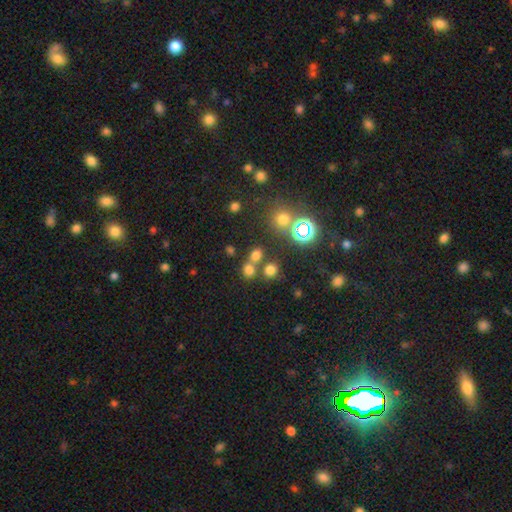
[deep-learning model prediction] A smooth galaxy with no disk features (64%) that is round (74%). Merging: none (59%).